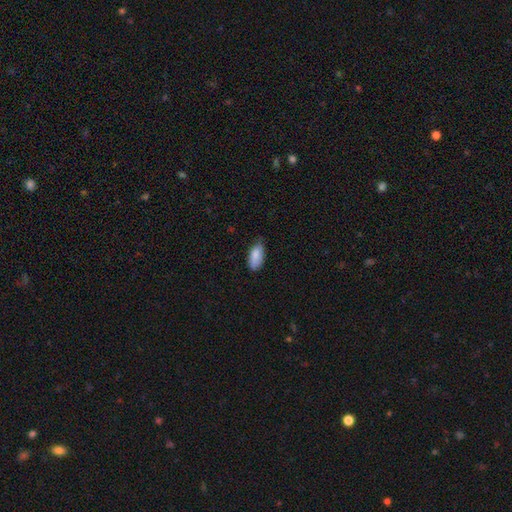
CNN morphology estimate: smooth-or-featured: smooth: 86% | featured or disk: 8% | star or artifact: 6%
  how-rounded: in between: 91% | cigar-shaped: 7% | round: 2%
  merging: none: 64% | minor disturbance: 31% | major disturbance: 4% | merger: 1%